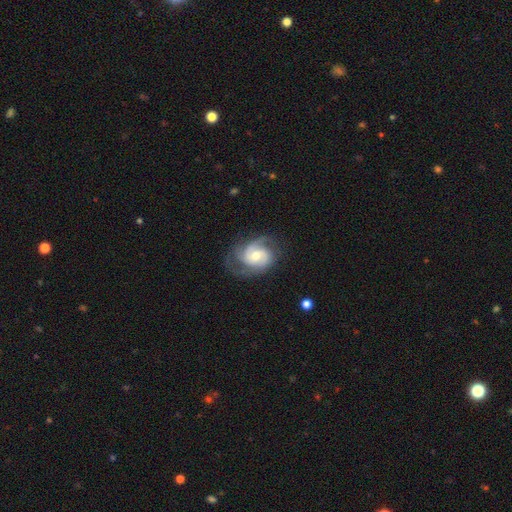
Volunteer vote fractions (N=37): Overall: featured or disk (86%). Edge-on disk: no (97%). Bar: no (74%). Spiral arms: yes (94%). Spiral arm count: 2 (41%; 3 28%). Spiral winding: medium (52%; tight 28%). Bulge size: moderate (71%). Merging: none (72%).